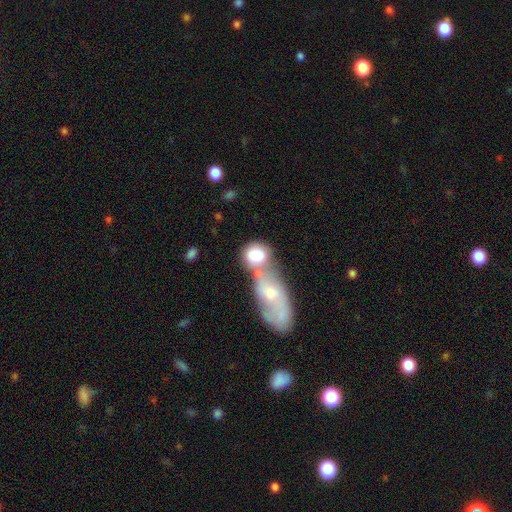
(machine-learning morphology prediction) smooth-or-featured: smooth: 74% | featured or disk: 19% | star or artifact: 7%
  how-rounded: in between: 48% (tied) | round: 48% (tied) | cigar-shaped: 4%
  merging: merger: 56% | none: 26% | minor disturbance: 11% | major disturbance: 7%